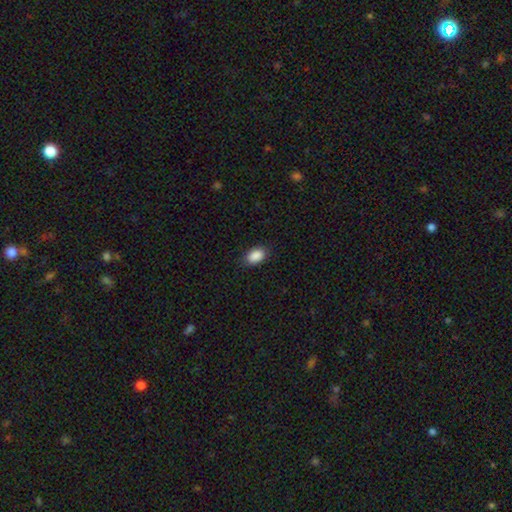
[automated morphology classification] type=smooth (89%); roundness=in between (88%); merging=none (86%).